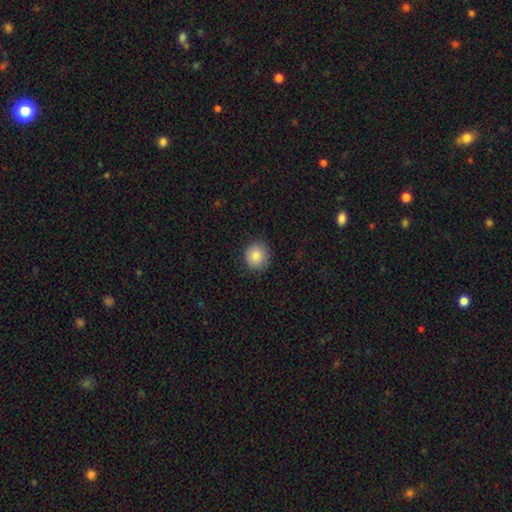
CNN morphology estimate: Overall: smooth (85%). How rounded: round (86%). Merging: none (88%).